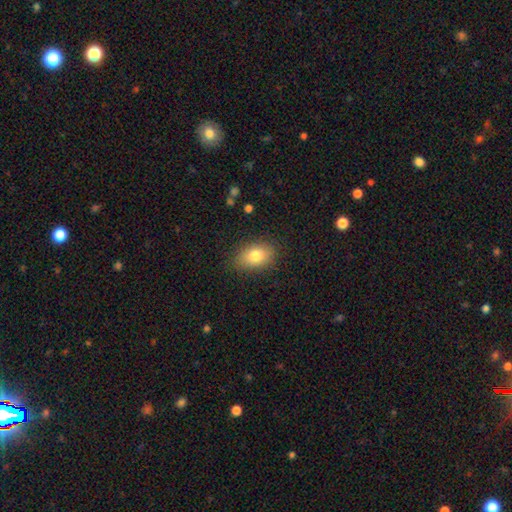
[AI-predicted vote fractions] Smooth or featured? smooth (80%)
How rounded? in between (84%)
Merging? none (85%)